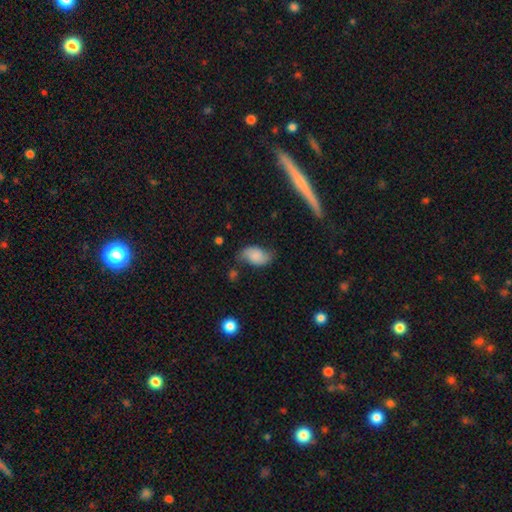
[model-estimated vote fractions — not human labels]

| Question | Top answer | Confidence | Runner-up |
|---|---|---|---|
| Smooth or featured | smooth | 68% | featured or disk (23%) |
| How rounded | in between | 91% | round (7%) |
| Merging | none | 58% | minor disturbance (29%) |